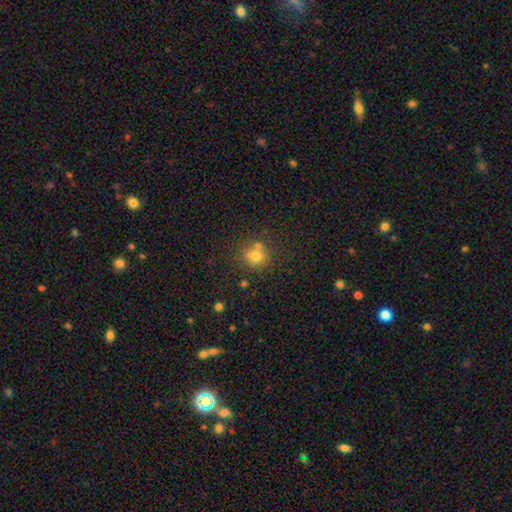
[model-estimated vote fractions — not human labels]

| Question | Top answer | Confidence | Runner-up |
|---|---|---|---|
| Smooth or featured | smooth | 70% | star or artifact (16%) |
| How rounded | round | 84% | in between (15%) |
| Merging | none | 58% | merger (27%) |